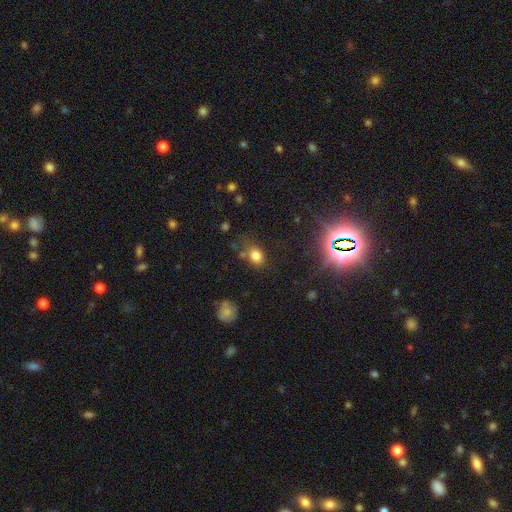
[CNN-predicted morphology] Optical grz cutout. It shows a smooth galaxy with no disk features (77%) that is in between round and cigar-shaped (55%). Merging: none (66%).